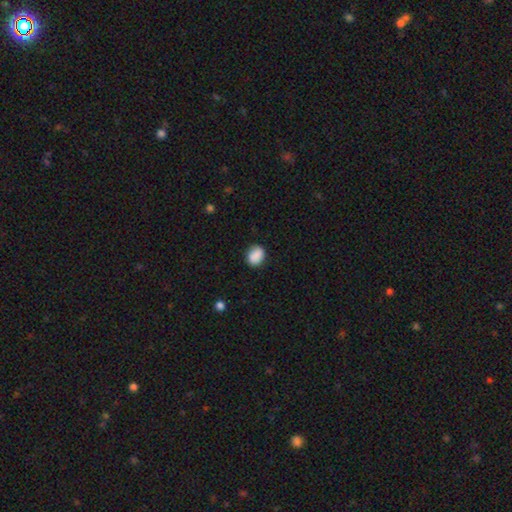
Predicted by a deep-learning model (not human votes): Smooth or featured: smooth — 88% (star or artifact — 8%)
How rounded: in between — 57% (round — 41%)
Merging: none — 81% (minor disturbance — 14%)